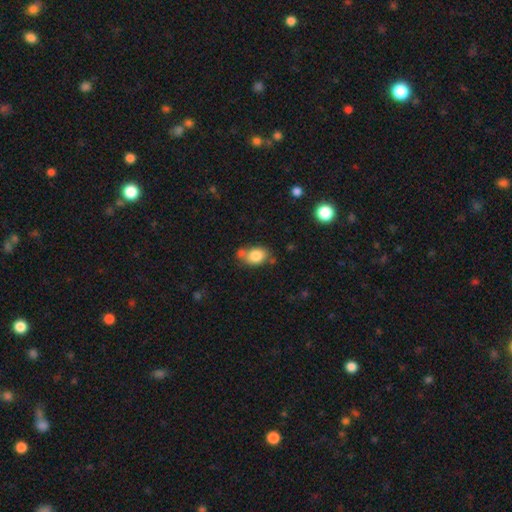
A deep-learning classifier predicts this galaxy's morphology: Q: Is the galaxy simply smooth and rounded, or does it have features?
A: smooth — 82%.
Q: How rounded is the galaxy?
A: in between — 71%.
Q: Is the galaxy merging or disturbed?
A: none — 54%.